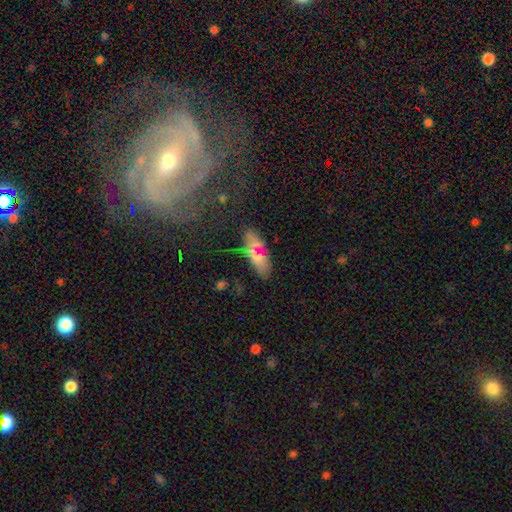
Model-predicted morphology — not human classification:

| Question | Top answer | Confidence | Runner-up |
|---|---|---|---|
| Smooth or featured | smooth | 68% | featured or disk (18%) |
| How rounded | in between | 71% | cigar-shaped (25%) |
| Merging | none | 69% | minor disturbance (16%) |